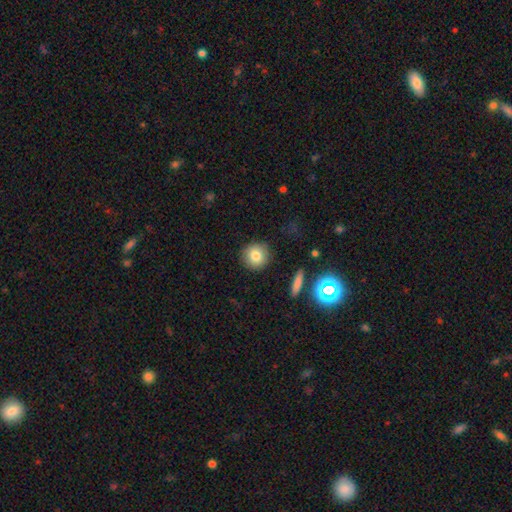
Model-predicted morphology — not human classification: type=smooth (81%); roundness=round (92%); merging=none (90%).